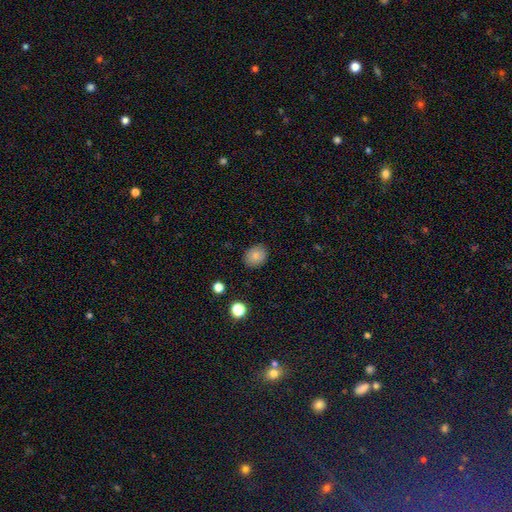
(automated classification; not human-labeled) A smooth galaxy with no disk features (82%) that is round (59%).

Vote fractions:
- Smooth or featured? smooth: 82% / star or artifact: 10% / featured or disk: 9%
- How rounded? round: 59% / in between: 40% / cigar-shaped: 1%
- Merging? none: 87% / minor disturbance: 9% / major disturbance: 2% / merger: 1%